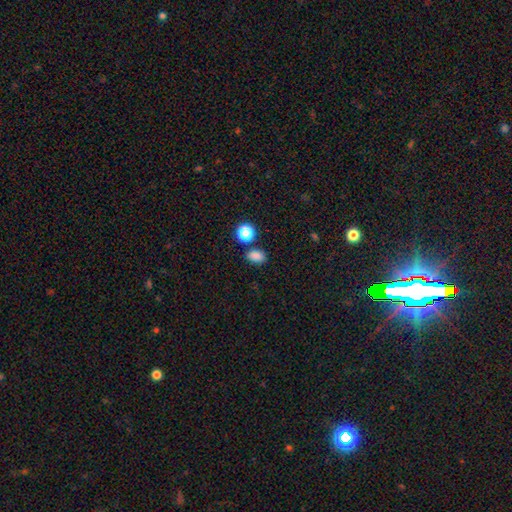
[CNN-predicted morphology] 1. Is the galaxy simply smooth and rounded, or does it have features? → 83% smooth, 13% star or artifact, 4% featured or disk.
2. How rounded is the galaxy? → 75% in between, 23% round, 2% cigar-shaped.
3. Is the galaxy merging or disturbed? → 78% none, 11% minor disturbance, 8% merger, 3% major disturbance.